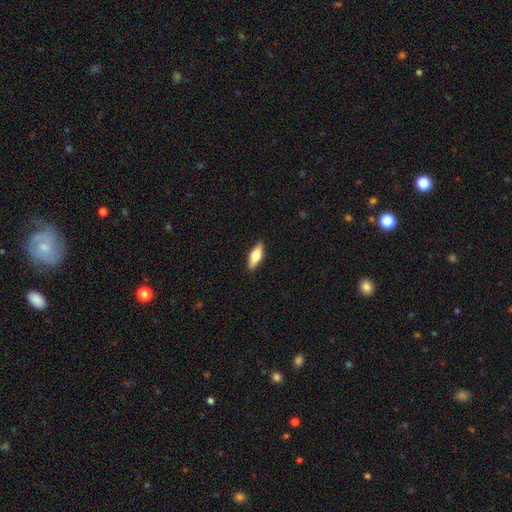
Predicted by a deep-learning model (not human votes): The model was most divided on "how rounded": in between: 58%, cigar-shaped: 39%, round: 3%. More confident: merging — none (89%); smooth or featured — smooth (59%).